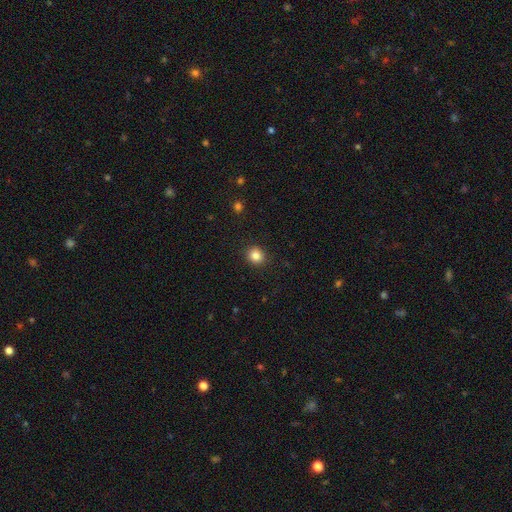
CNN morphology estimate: smooth_or_featured: smooth (p=0.84) [alt: star or artifact p=0.11]
how_rounded: round (p=0.84) [alt: in between p=0.15]
merging: none (p=0.91) [alt: minor disturbance p=0.06]